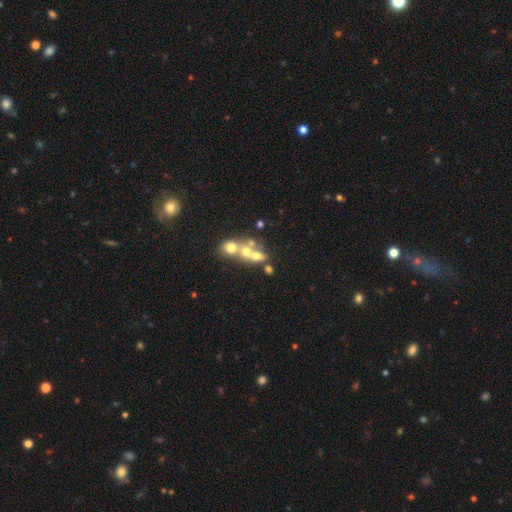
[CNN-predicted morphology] Q: Smooth or featured?
A: smooth (51%); runner-up: featured or disk (33%)
Q: How rounded?
A: round (54%); runner-up: in between (42%)
Q: Merging?
A: merger (62%); runner-up: none (25%)